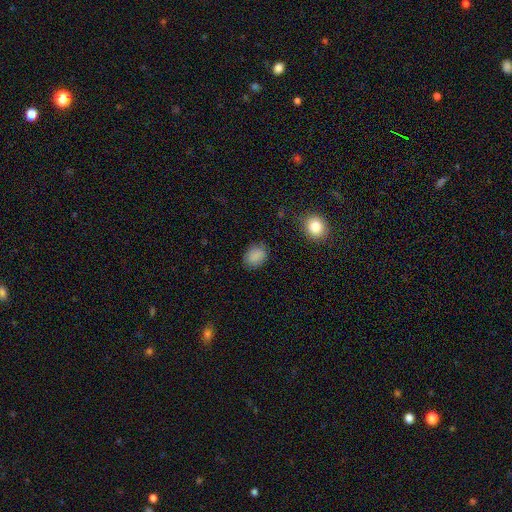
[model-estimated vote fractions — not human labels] smooth-or-featured: smooth: 86% | star or artifact: 10% | featured or disk: 4%
  how-rounded: in between: 64% | round: 35% | cigar-shaped: 1%
  merging: none: 81% | minor disturbance: 14% | major disturbance: 4% | merger: 1%